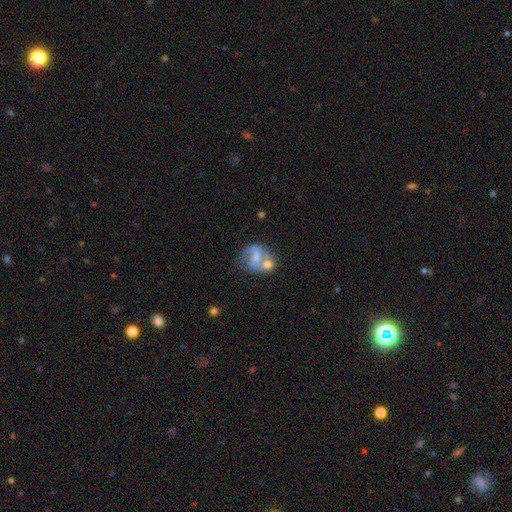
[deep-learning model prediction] The model was most divided on "bar" (2-way tie): weak: 39%, no: 39%, strong: 22%. Remaining: edge-on disk — no (97%); spiral arms — yes (66%); smooth or featured — featured or disk (59%); merging — merger (42%); bulge size — moderate (36%).